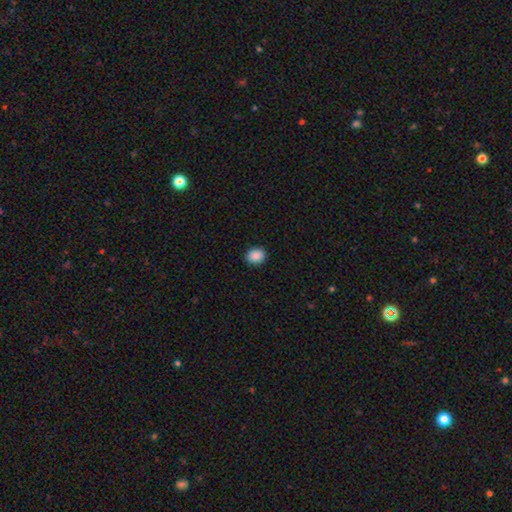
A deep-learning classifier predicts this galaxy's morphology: Smooth or featured: smooth — 89% (star or artifact — 8%)
How rounded: round — 50% (in between — 49%)
Merging: none — 90% (minor disturbance — 7%)